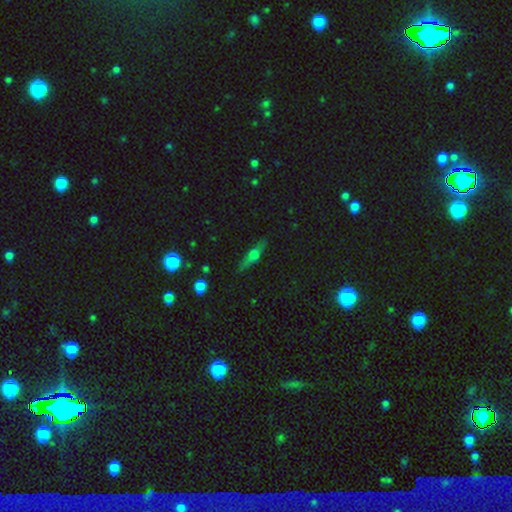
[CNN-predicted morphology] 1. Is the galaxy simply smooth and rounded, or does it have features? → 49% featured or disk, 41% smooth, 10% star or artifact.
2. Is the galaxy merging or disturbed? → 80% none, 14% minor disturbance, 4% major disturbance, 2% merger.